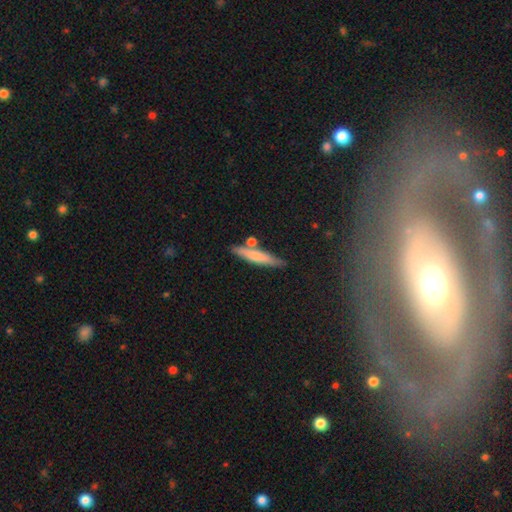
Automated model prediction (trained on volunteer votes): A smooth galaxy with no disk features (66%) that is cigar-shaped (89%). Merging: none (75%).